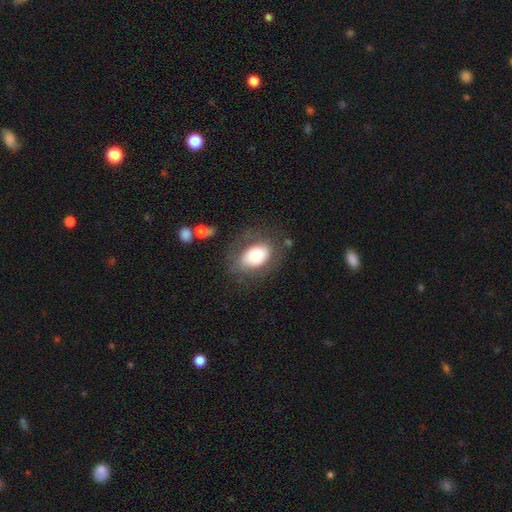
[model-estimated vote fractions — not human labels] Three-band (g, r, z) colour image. It shows a smooth galaxy with no disk features (68%) that is in between round and cigar-shaped (82%). Merging: none (68%).